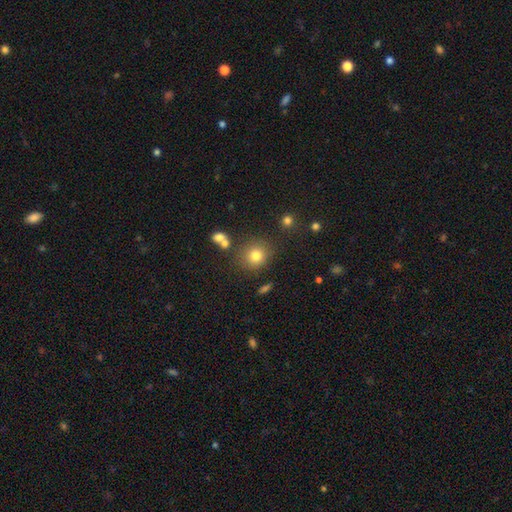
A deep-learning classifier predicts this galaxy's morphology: A smooth galaxy with no disk features (79%) that is round (85%).

Vote fractions:
- Smooth or featured? smooth: 79% / star or artifact: 13% / featured or disk: 8%
- How rounded? round: 85% / in between: 14% / cigar-shaped: 1%
- Merging? none: 78% / minor disturbance: 10% / merger: 7% / major disturbance: 4%